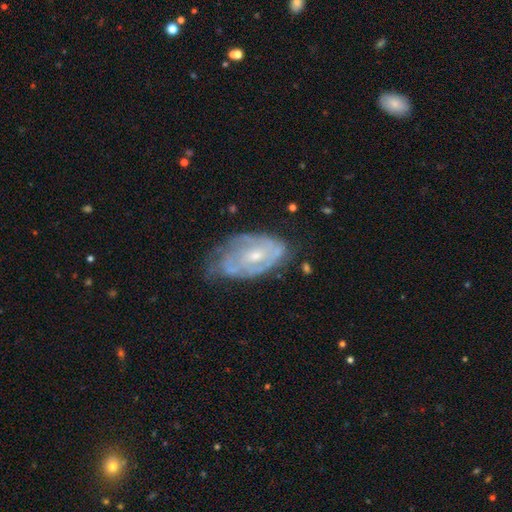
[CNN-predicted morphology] A featured or disk galaxy (79%) with no bar (58%), tight (60%) spiral arms (86%) and a small central bulge (55%).

Vote fractions:
- Smooth or featured? featured or disk: 79% / smooth: 15% / star or artifact: 6%
- Edge-on disk? no: 95% / yes: 5%
- Bar? no: 58% / weak: 35% / strong: 7%
- Spiral arms? yes: 86% / no: 14%
- Spiral winding? tight: 60% / medium: 32% / loose: 9%
- Spiral arm count? can't tell: 41% / 2: 36% / 3: 12% / 1: 4% / 4: 4% / more than 4: 3%
- Bulge size? small: 55% / moderate: 40% / none: 3% / large: 1% / dominant: 1%
- Merging? none: 54% / minor disturbance: 32% / major disturbance: 12% / merger: 2%